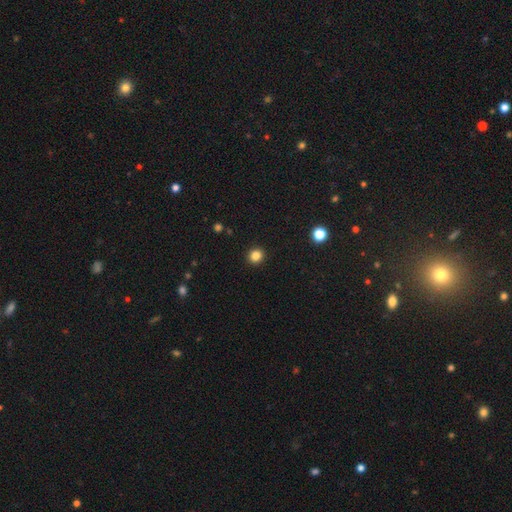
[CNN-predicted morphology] type=smooth (84%); roundness=round (89%); merging=none (93%).